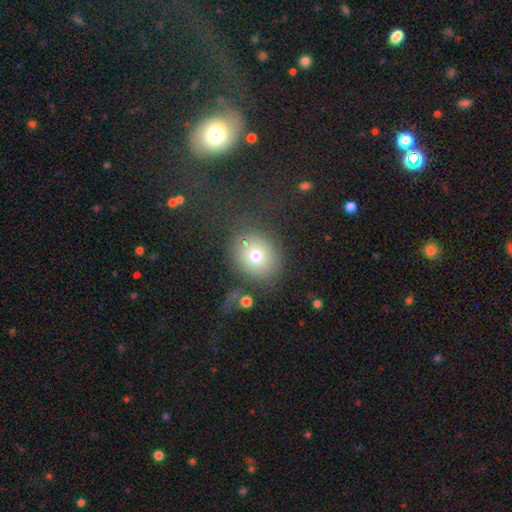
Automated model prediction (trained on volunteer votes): smooth_or_featured: smooth (p=0.73) [alt: featured or disk p=0.14]
how_rounded: round (p=0.69) [alt: in between p=0.30]
merging: none (p=0.71) [alt: minor disturbance p=0.13]